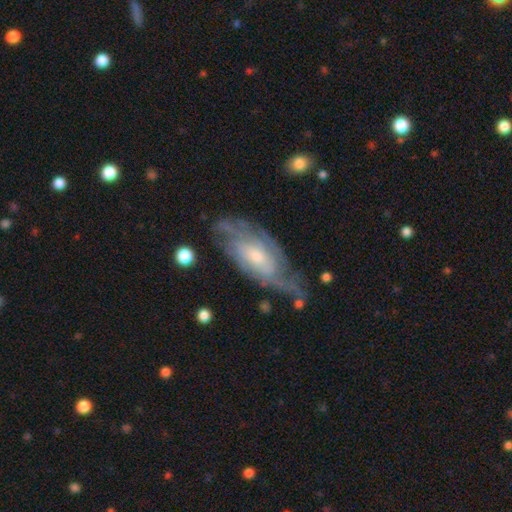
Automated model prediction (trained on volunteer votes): smooth_or_featured: featured or disk (p=0.79) [alt: smooth p=0.15]
disk_edge_on: no (p=0.91) [alt: yes p=0.09]
bar: no (p=0.66) [alt: weak p=0.29]
has_spiral_arms: yes (p=0.89) [alt: no p=0.11]
spiral_winding: tight (p=0.52) [alt: medium p=0.35]
spiral_arm_count: can't tell (p=0.48) [alt: 2 p=0.22]
bulge_size: small (p=0.51) [alt: moderate p=0.40]
merging: none (p=0.57) [alt: minor disturbance p=0.25]